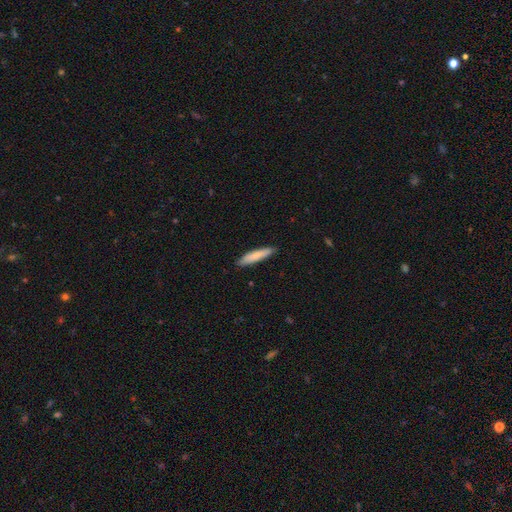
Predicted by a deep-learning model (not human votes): A smooth galaxy with no disk features (77%) that is cigar-shaped (85%). Merging: none (88%).